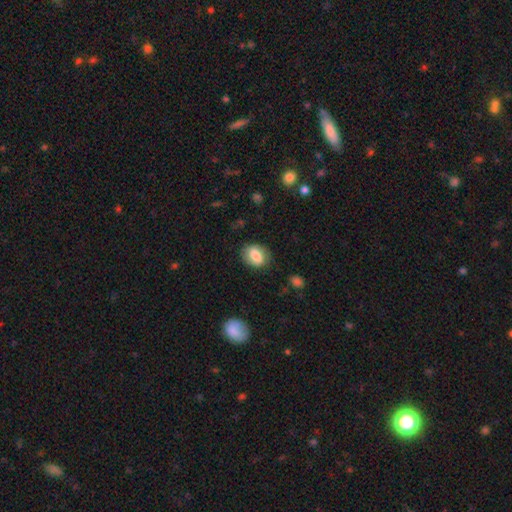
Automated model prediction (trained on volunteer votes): This appears to be a smooth galaxy with no disk features (74%) that is in between round and cigar-shaped (68%). Merging: none (78%).